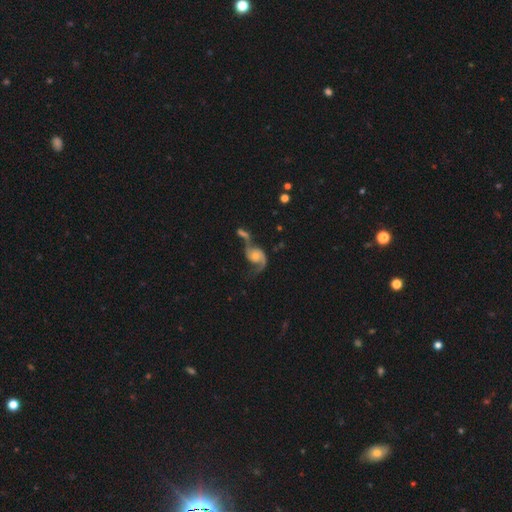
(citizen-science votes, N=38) Smooth or featured: featured or disk — 87% (smooth — 11%)
Edge-on disk: no — 97% (yes — 3%)
Bar: no — 62% (weak — 31%)
Spiral arms: yes — 100%
Spiral winding: loose — 53% (medium — 41%)
Spiral arm count: 2 — 84% (can't tell — 9%)
Bulge size: small — 50% (moderate — 34%)
Merging: major disturbance — 38% (tied with merger — 38%)